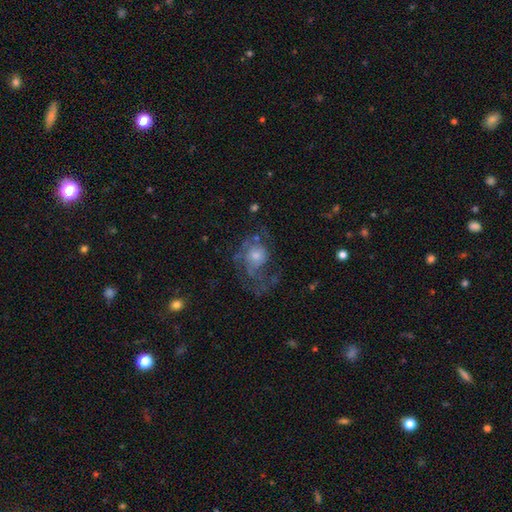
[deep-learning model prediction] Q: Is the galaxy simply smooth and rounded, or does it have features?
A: featured or disk — 59%.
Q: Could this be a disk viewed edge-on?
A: no — 96%.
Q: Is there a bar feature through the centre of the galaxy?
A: no — 82%.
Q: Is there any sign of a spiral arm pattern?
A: yes — 65%.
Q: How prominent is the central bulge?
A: small — 46%.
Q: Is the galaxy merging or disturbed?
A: none — 41%.